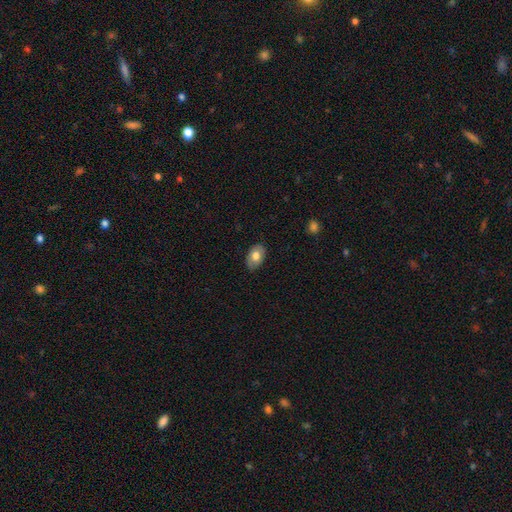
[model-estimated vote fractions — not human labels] Smooth or featured: smooth — 73% (featured or disk — 21%)
How rounded: in between — 89% (round — 10%)
Merging: none — 85% (minor disturbance — 12%)